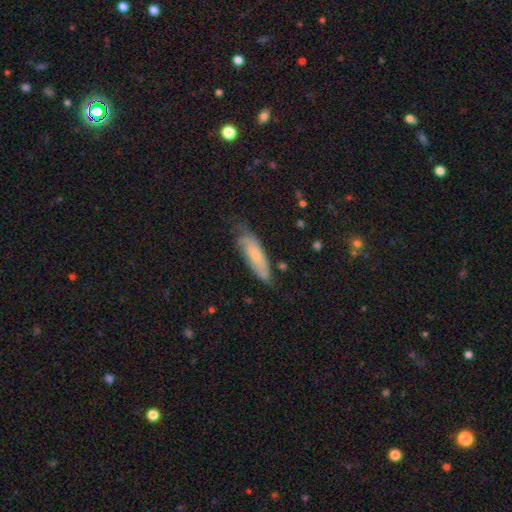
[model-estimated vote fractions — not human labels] This is possibly a smooth galaxy (56%). How rounded: possibly cigar-shaped (54%). Merging: possibly none (58%).